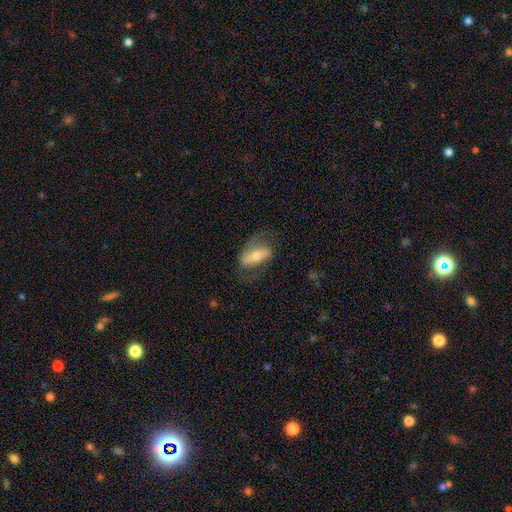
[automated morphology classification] Overall: featured or disk (56%; smooth 37%). Edge-on disk: no (82%). Merging: none (63%).